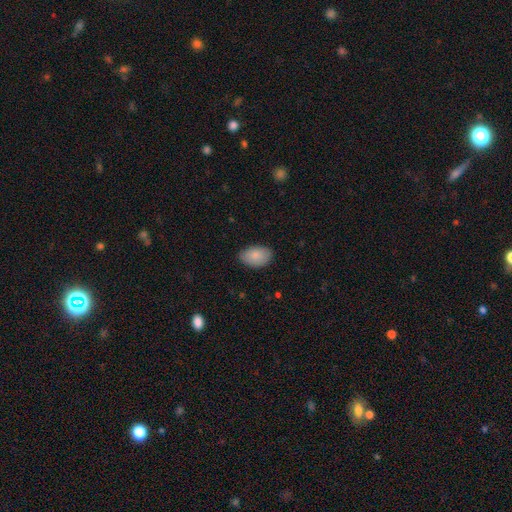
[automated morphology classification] type=smooth (87%); roundness=in between (91%); merging=none (84%).